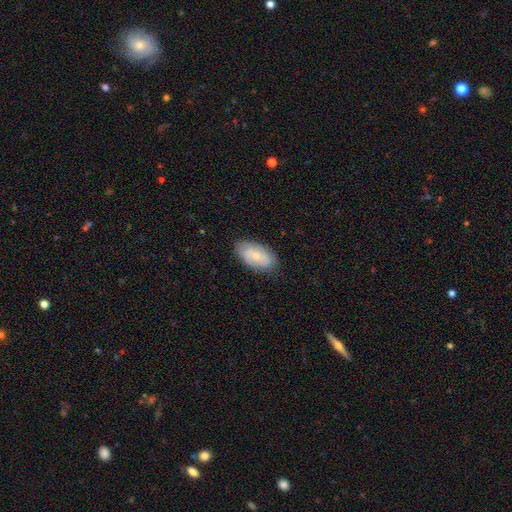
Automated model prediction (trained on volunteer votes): The model was most divided on "smooth or featured": smooth: 52%, featured or disk: 42%, star or artifact: 6%. More confident: how rounded — in between (93%); merging — none (80%).